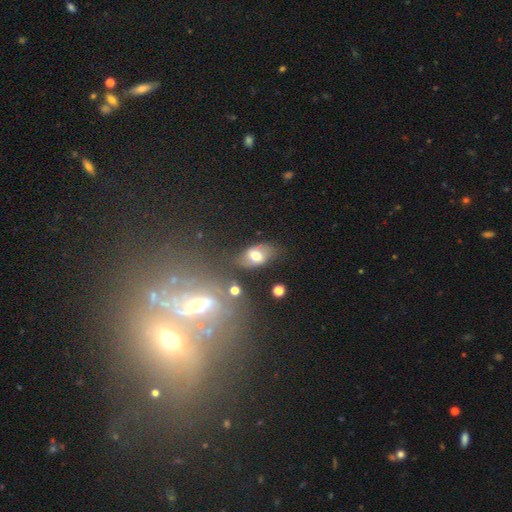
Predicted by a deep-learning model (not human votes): Smooth or featured? Predicted: smooth (p=0.59). How rounded? Predicted: in between (p=0.85). Merging? Predicted: none (p=0.64).